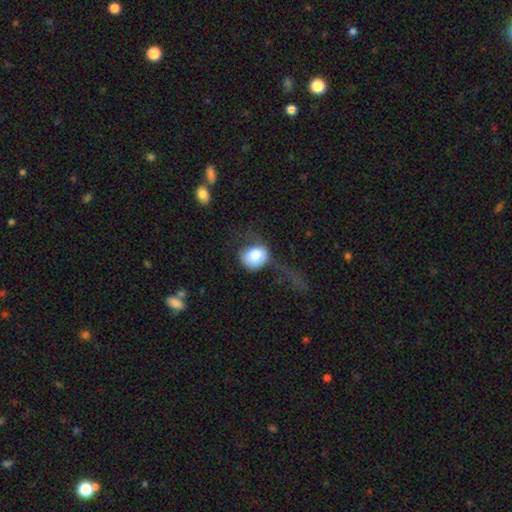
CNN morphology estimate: smooth-or-featured: smooth: 75% | featured or disk: 16% | star or artifact: 9%
  how-rounded: round: 74% | in between: 25% | cigar-shaped: 1%
  merging: major disturbance: 37% | none: 34% | minor disturbance: 24% | merger: 4%